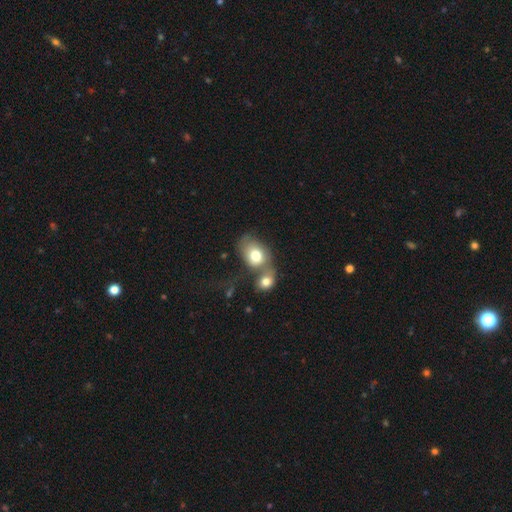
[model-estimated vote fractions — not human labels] Smooth or featured?
  - smooth: 71% *
  - featured or disk: 21%
  - star or artifact: 8%
How rounded?
  - in between: 59% *
  - round: 39%
  - cigar-shaped: 1%
Merging?
  - merger: 63% *
  - none: 20%
  - minor disturbance: 9%
  - major disturbance: 8%